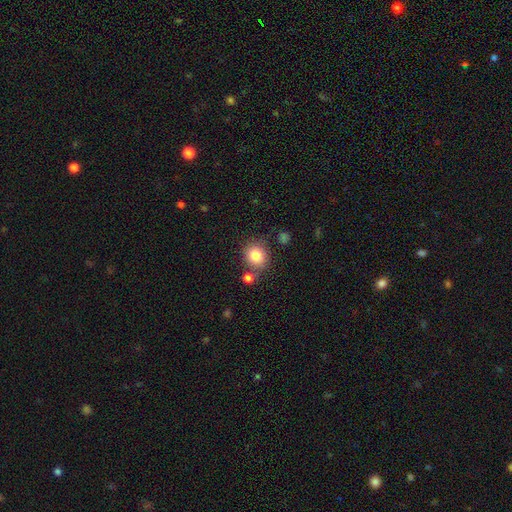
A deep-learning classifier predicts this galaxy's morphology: smooth-or-featured: smooth: 82% | star or artifact: 10% | featured or disk: 8%
  how-rounded: round: 79% | in between: 21% | cigar-shaped: 1%
  merging: none: 72% | minor disturbance: 12% | merger: 12% | major disturbance: 4%